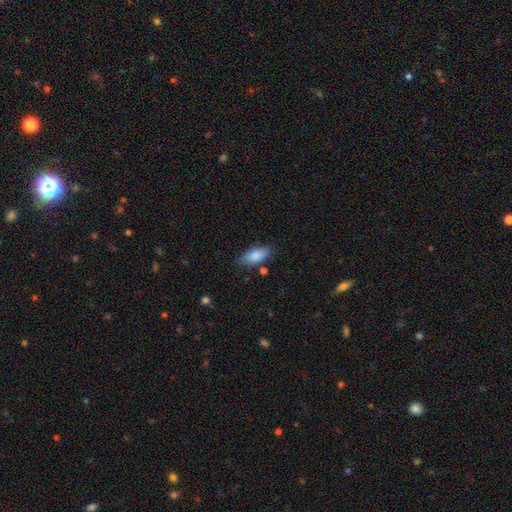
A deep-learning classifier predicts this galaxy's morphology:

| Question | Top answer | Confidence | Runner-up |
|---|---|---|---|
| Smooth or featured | smooth | 84% | featured or disk (9%) |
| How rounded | in between | 89% | cigar-shaped (8%) |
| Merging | none | 78% | minor disturbance (15%) |